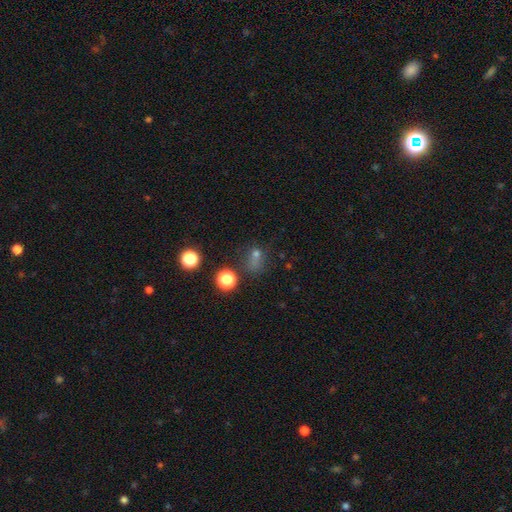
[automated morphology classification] Smooth or featured?
  - smooth: 54% *
  - star or artifact: 35%
  - featured or disk: 11%
How rounded?
  - round: 67% *
  - in between: 31%
  - cigar-shaped: 2%
Merging?
  - none: 57% *
  - minor disturbance: 18%
  - major disturbance: 13%
  - merger: 13%